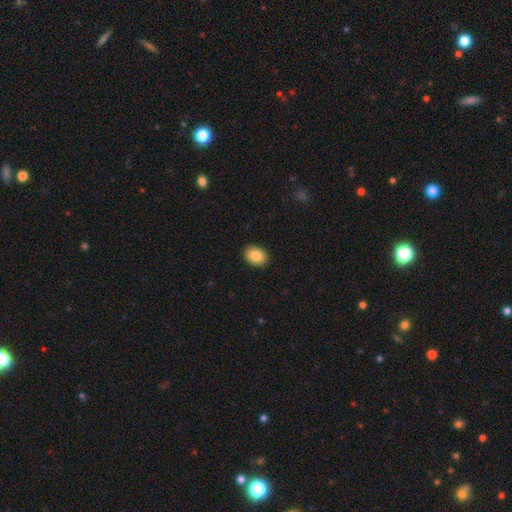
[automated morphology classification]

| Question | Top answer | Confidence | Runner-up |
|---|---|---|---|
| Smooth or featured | smooth | 86% | star or artifact (7%) |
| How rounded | in between | 70% | round (29%) |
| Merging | none | 90% | minor disturbance (7%) |